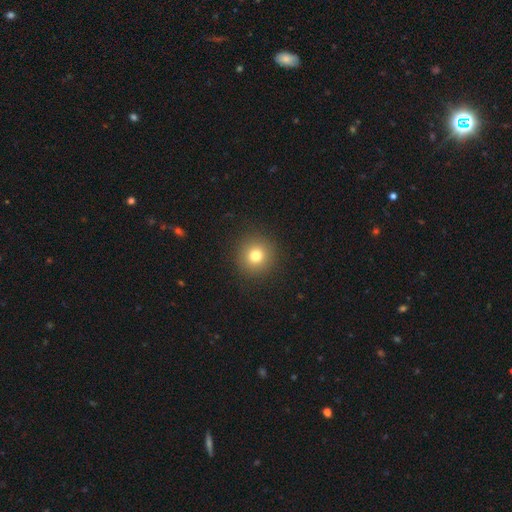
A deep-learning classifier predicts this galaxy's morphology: Smooth or featured: smooth — 78% (star or artifact — 13%)
How rounded: round — 94% (in between — 5%)
Merging: none — 91% (minor disturbance — 5%)